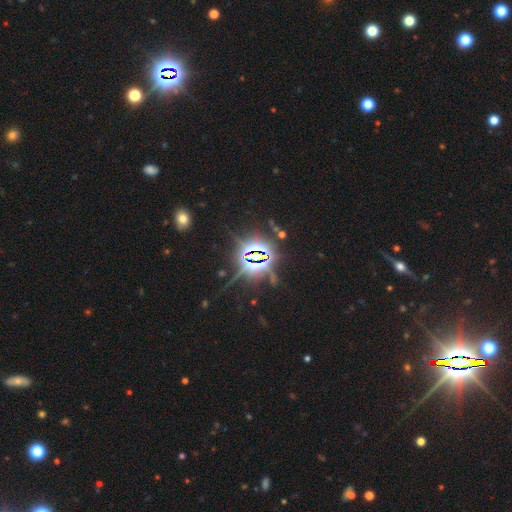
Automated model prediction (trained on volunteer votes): smooth_or_featured: star or artifact (p=0.83) [alt: smooth p=0.08]